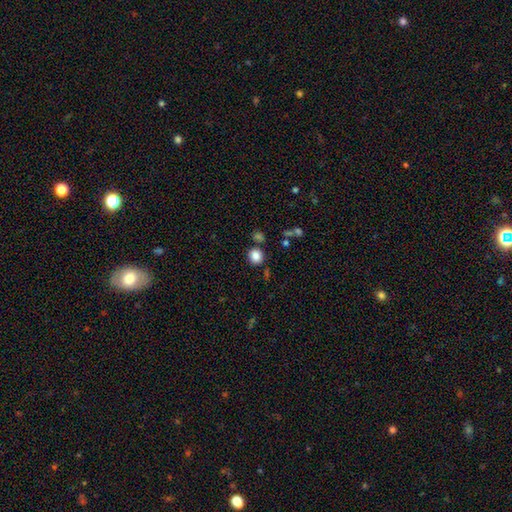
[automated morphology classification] A smooth galaxy with no disk features (85%) that is round (82%). Merging: none (82%).